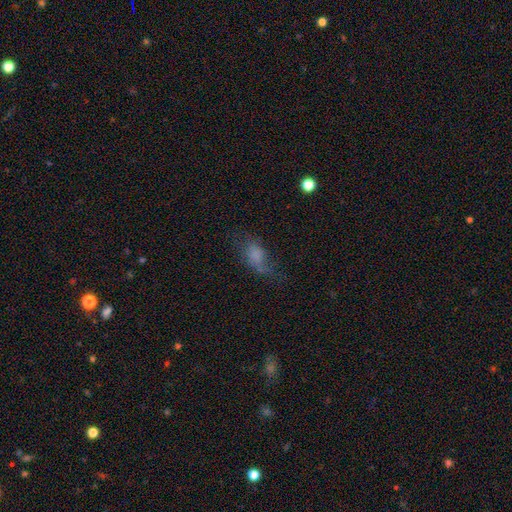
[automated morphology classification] A smooth galaxy with no disk features (57%) that is in between round and cigar-shaped (81%). Merging: none (37%).